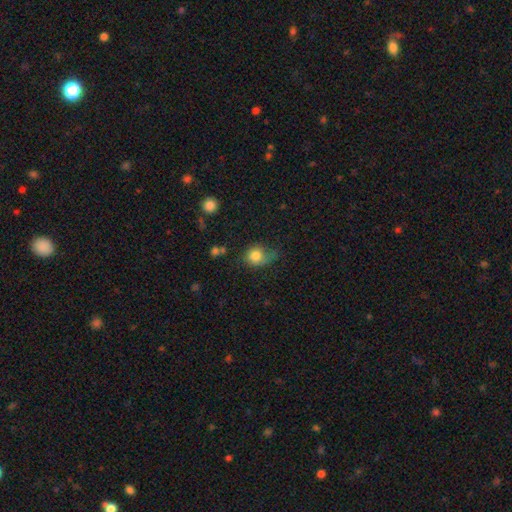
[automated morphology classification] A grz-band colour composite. It shows a smooth galaxy with no disk features (81%) that is round (72%). Merging: none (43%).